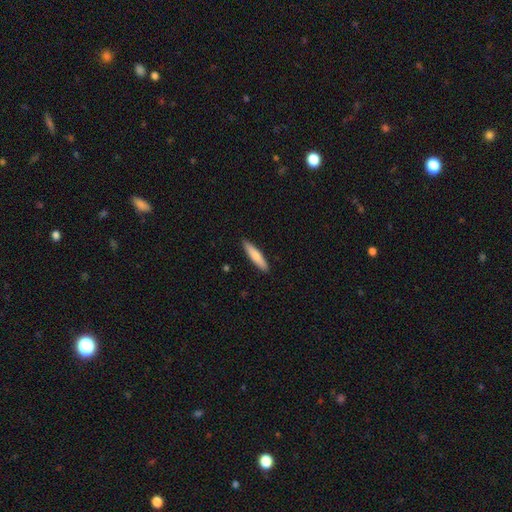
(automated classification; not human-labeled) Smooth or featured?
  - smooth: 76% *
  - featured or disk: 19%
  - star or artifact: 5%
How rounded?
  - cigar-shaped: 84% *
  - in between: 15%
  - round: 1%
Merging?
  - none: 90% *
  - minor disturbance: 8%
  - major disturbance: 1%
  - merger: 1%